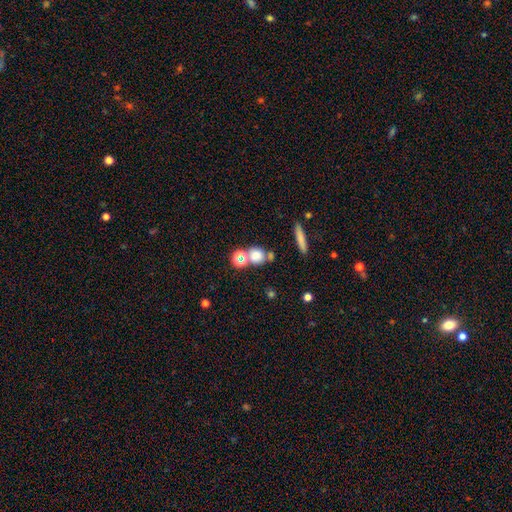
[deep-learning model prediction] A smooth galaxy with no disk features (69%) that is round (73%).

Vote fractions:
- Smooth or featured? smooth: 69% / star or artifact: 19% / featured or disk: 12%
- How rounded? round: 73% / in between: 22% / cigar-shaped: 4%
- Merging? none: 60% / merger: 26% / minor disturbance: 9% / major disturbance: 4%